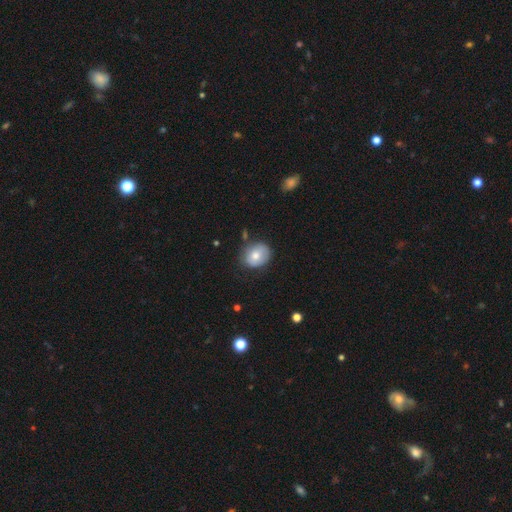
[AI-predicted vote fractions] Overall: smooth (73%). How rounded: round (59%; in between 40%). Merging: none (74%).